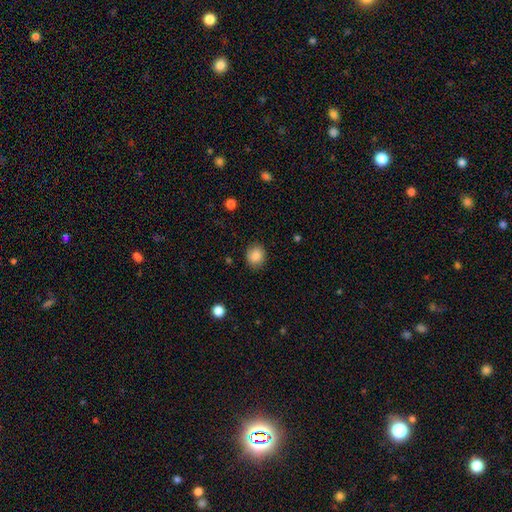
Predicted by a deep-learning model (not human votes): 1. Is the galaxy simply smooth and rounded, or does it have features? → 86% smooth, 9% star or artifact, 5% featured or disk.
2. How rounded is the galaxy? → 71% round, 29% in between, 1% cigar-shaped.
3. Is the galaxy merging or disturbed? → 85% none, 11% minor disturbance, 3% major disturbance, 1% merger.